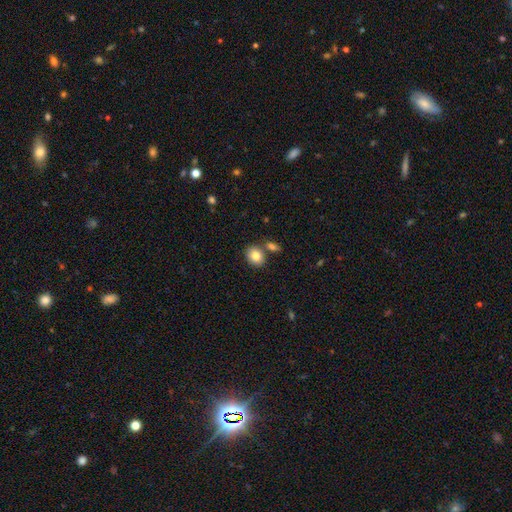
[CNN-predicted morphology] This is clearly a smooth galaxy (83%). How rounded: possibly in between (51%). Merging: likely none (70%).